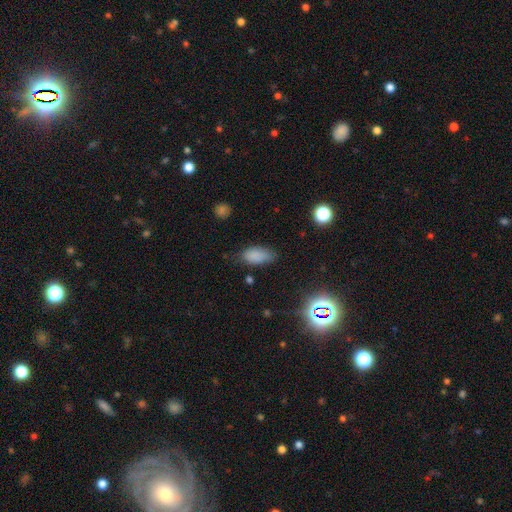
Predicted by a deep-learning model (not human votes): smooth_or_featured: smooth (p=0.83) [alt: star or artifact p=0.11]
how_rounded: in between (p=0.90) [alt: cigar-shaped p=0.06]
merging: none (p=0.67) [alt: minor disturbance p=0.25]